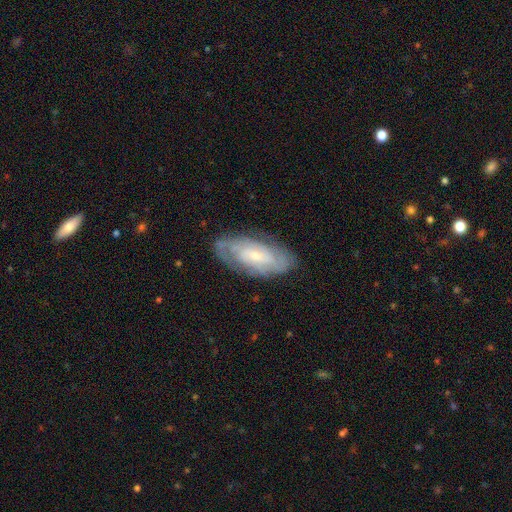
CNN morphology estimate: A featured or disk galaxy (70%) with no bar (58%), tight (60%) spiral arms (85%) and a small central bulge (65%).

Vote fractions:
- Smooth or featured? featured or disk: 70% / smooth: 24% / star or artifact: 6%
- Edge-on disk? no: 91% / yes: 9%
- Bar? no: 58% / weak: 33% / strong: 9%
- Spiral arms? yes: 85% / no: 15%
- Spiral winding? tight: 60% / medium: 30% / loose: 9%
- Spiral arm count? can't tell: 45% / 2: 35% / 3: 9% / 1: 4% / 4: 4% / more than 4: 3%
- Bulge size? small: 65% / moderate: 28% / none: 3% / large: 3% / dominant: 1%
- Merging? none: 77% / minor disturbance: 17% / major disturbance: 5% / merger: 1%